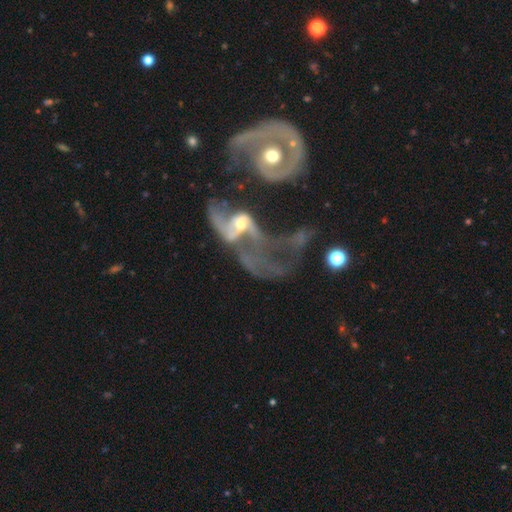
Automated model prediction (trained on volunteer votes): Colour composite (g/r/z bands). It shows a featured or disk galaxy (74%) with no bar (66%), spiral arms (62%) and a moderate central bulge (56%). Merging: merger (60%).